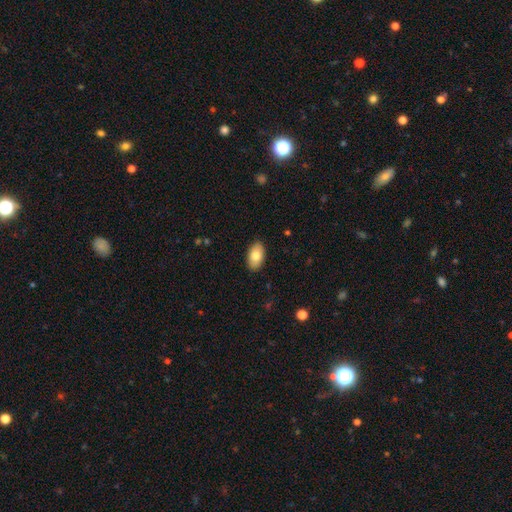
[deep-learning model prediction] Q: Smooth or featured?
A: smooth (79%); runner-up: featured or disk (15%)
Q: How rounded?
A: in between (94%); runner-up: round (4%)
Q: Merging?
A: none (89%); runner-up: minor disturbance (8%)